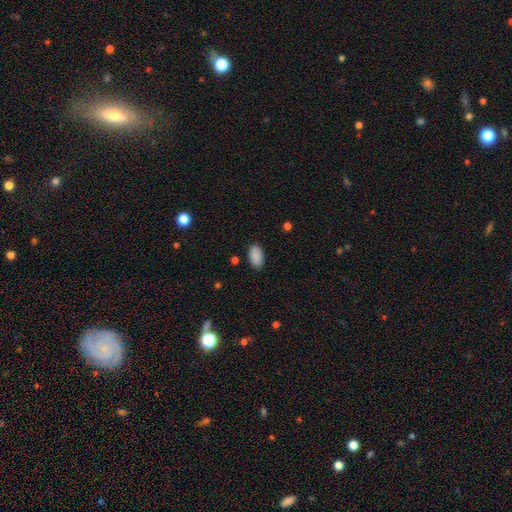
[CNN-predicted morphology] A smooth galaxy with no disk features (90%) that is in between round and cigar-shaped (95%). Merging: none (87%).